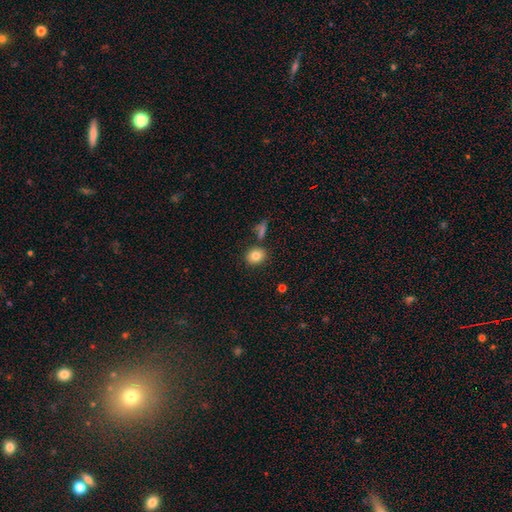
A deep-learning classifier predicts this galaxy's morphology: type=smooth (82%); roundness=round (62%); merging=none (80%).